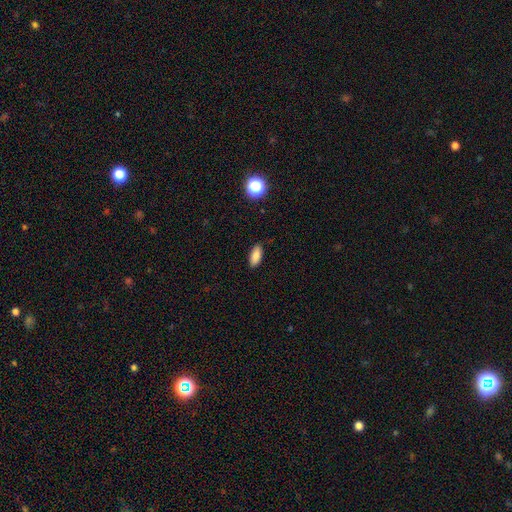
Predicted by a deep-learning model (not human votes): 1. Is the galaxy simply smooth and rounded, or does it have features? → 86% smooth, 9% star or artifact, 6% featured or disk.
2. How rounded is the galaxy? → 84% in between, 13% cigar-shaped, 3% round.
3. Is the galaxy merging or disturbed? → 88% none, 9% minor disturbance, 2% major disturbance, 1% merger.